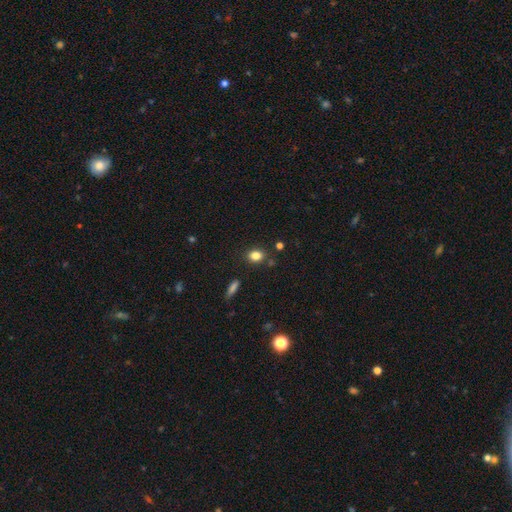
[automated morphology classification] smooth_or_featured: smooth (p=0.82) [alt: star or artifact p=0.11]
how_rounded: in between (p=0.58) [alt: round p=0.40]
merging: none (p=0.82) [alt: minor disturbance p=0.11]